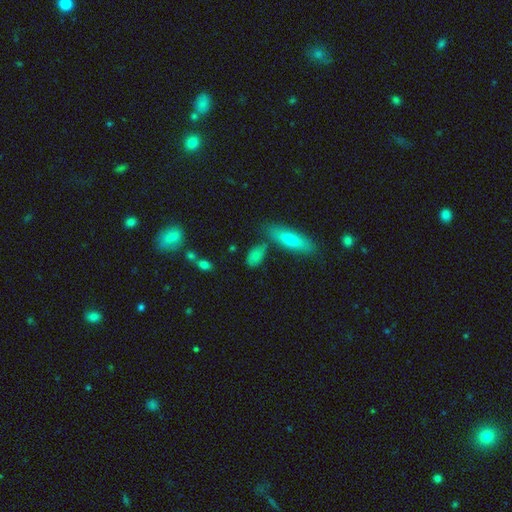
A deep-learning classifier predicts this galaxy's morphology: A smooth galaxy with no disk features (79%) that is in between round and cigar-shaped (82%).

Vote fractions:
- Smooth or featured? smooth: 79% / featured or disk: 12% / star or artifact: 9%
- How rounded? in between: 82% / cigar-shaped: 11% / round: 7%
- Merging? none: 62% / minor disturbance: 17% / merger: 14% / major disturbance: 6%